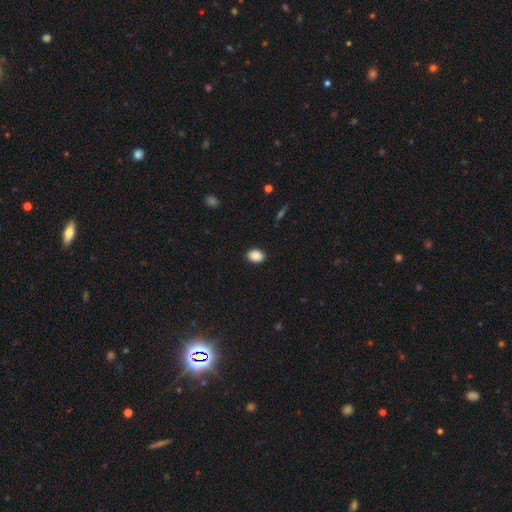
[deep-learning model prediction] smooth 89%, star or artifact 8%, featured or disk 3%. Down the decision tree: how rounded — in between (74%); merging — none (90%).